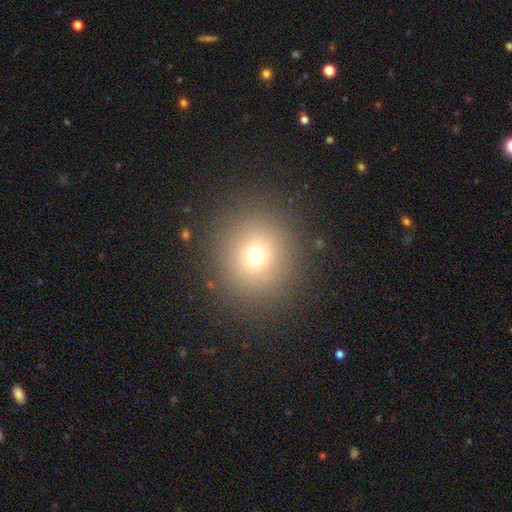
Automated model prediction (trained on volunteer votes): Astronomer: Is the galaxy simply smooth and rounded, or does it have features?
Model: smooth — 70%.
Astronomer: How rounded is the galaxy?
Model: round — 91%.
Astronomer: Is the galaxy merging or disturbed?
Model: none — 88%.